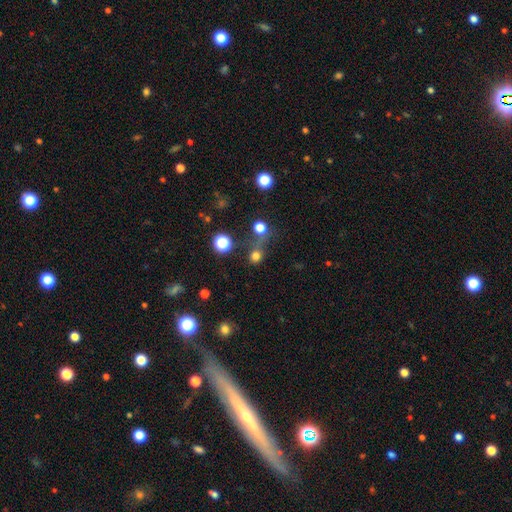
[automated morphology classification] Smooth or featured? Predicted: smooth (p=0.70). How rounded? Predicted: round (p=0.86). Merging? Predicted: none (p=0.55).